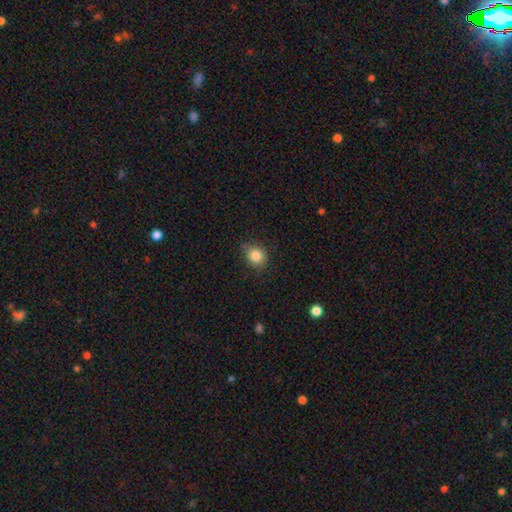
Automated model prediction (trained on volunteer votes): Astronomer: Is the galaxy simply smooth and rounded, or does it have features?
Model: smooth — 84%.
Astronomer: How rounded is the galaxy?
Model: round — 73%.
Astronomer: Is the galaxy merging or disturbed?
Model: none — 82%.